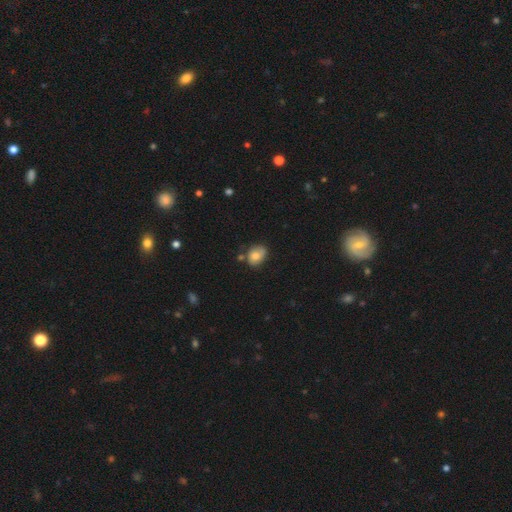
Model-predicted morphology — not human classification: smooth_or_featured: smooth (p=0.73) [alt: featured or disk p=0.18]
how_rounded: in between (p=0.62) [alt: round p=0.37]
merging: none (p=0.55) [alt: minor disturbance p=0.29]